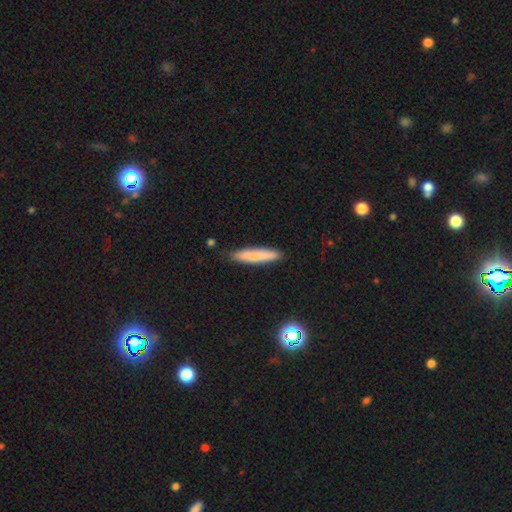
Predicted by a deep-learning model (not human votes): This appears to be a smooth galaxy with no disk features (77%) that is cigar-shaped (90%). Merging: none (85%).